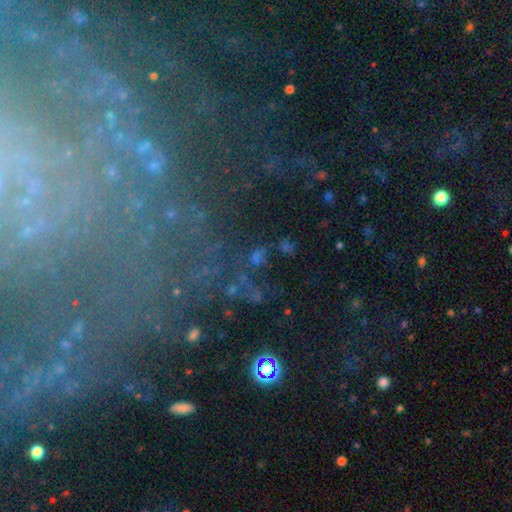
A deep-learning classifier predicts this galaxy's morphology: Q: Smooth or featured?
A: star or artifact (51%); runner-up: smooth (27%)